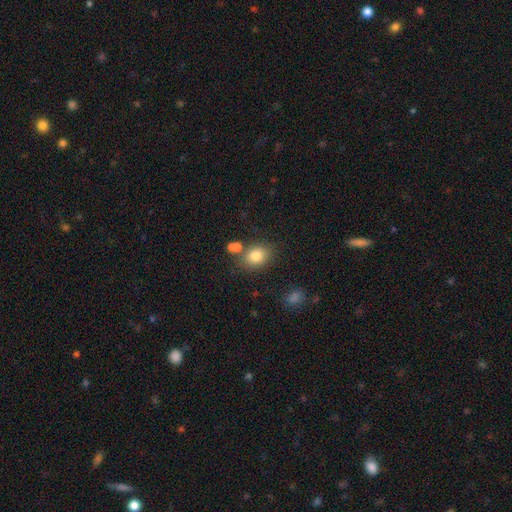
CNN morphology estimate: Q: Smooth or featured?
A: smooth (82%); runner-up: star or artifact (10%)
Q: How rounded?
A: in between (54%); runner-up: round (45%)
Q: Merging?
A: none (68%); runner-up: merger (14%)